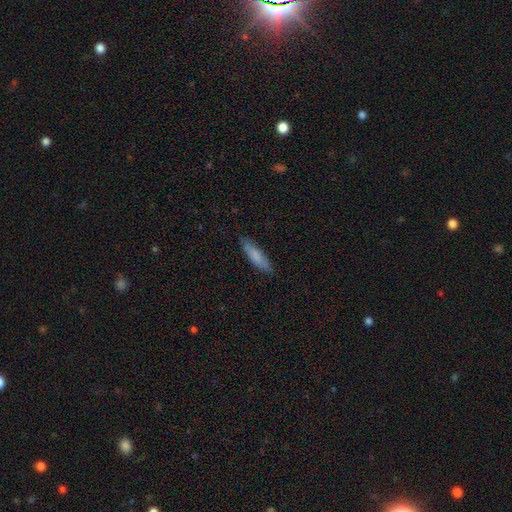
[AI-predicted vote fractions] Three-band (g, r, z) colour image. It shows a smooth galaxy with no disk features (79%) that is cigar-shaped (69%). Merging: none (84%).